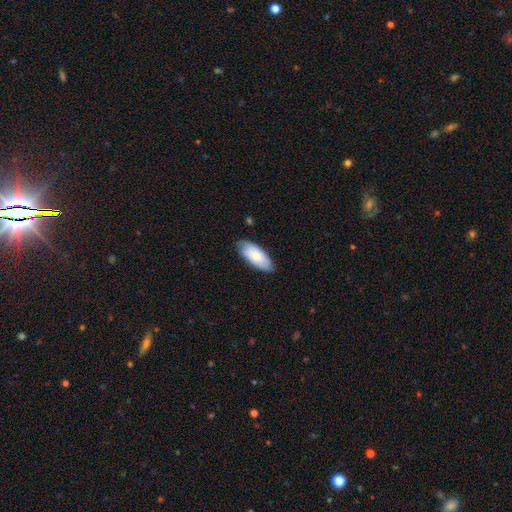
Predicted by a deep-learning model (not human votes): smooth_or_featured: smooth (p=0.72) [alt: featured or disk p=0.22]
how_rounded: in between (p=0.86) [alt: cigar-shaped p=0.12]
merging: none (p=0.80) [alt: minor disturbance p=0.16]